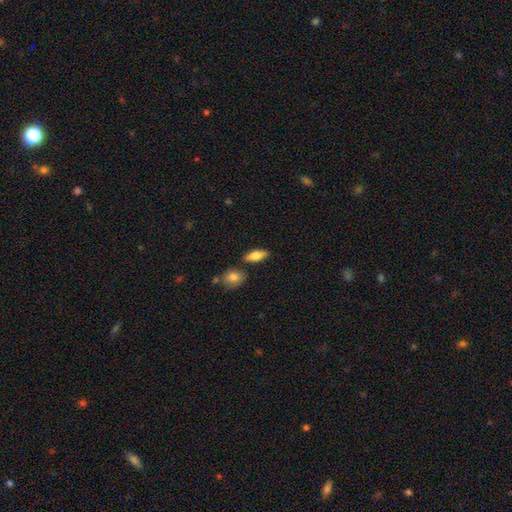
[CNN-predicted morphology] Smooth or featured?
  - smooth: 73% *
  - featured or disk: 20%
  - star or artifact: 6%
How rounded?
  - in between: 77% *
  - cigar-shaped: 20%
  - round: 4%
Merging?
  - none: 81% *
  - minor disturbance: 11%
  - merger: 6%
  - major disturbance: 3%